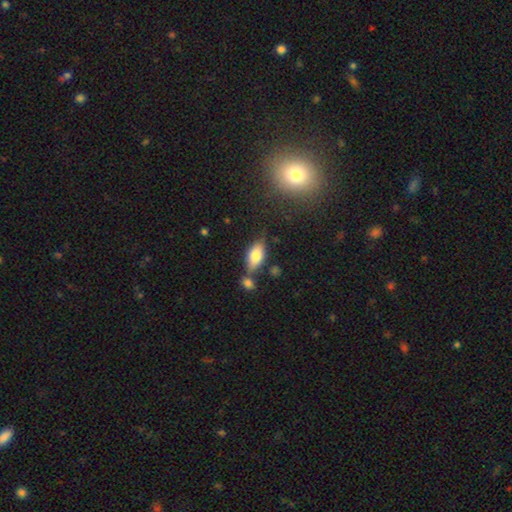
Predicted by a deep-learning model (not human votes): Smooth or featured: smooth — 73% (featured or disk — 19%)
How rounded: in between — 86% (cigar-shaped — 10%)
Merging: none — 61% (merger — 18%)